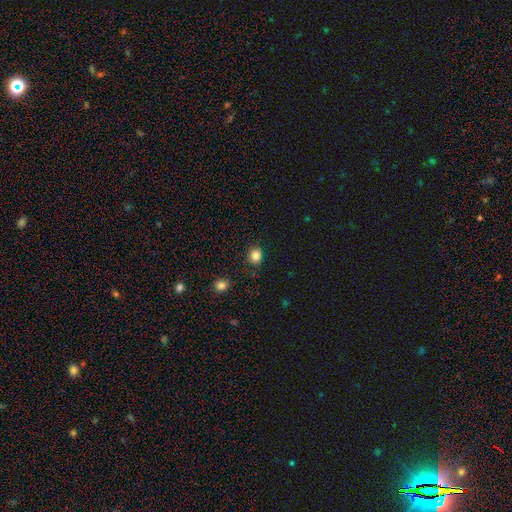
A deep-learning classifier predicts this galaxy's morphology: This is clearly a smooth galaxy (83%). How rounded: likely round (79%). Merging: clearly none (81%).